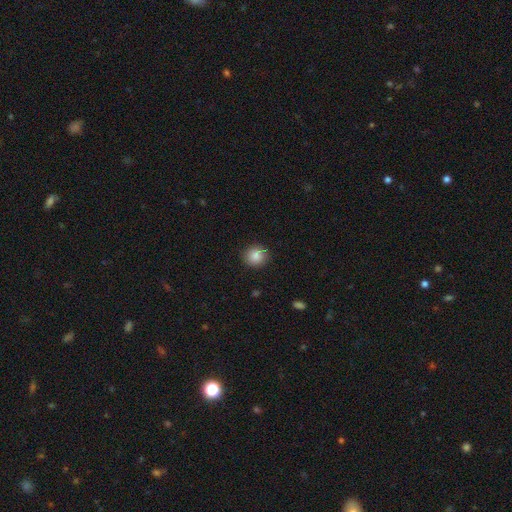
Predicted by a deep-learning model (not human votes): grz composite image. It shows a smooth galaxy with no disk features (86%) that is round (87%). Merging: none (87%).